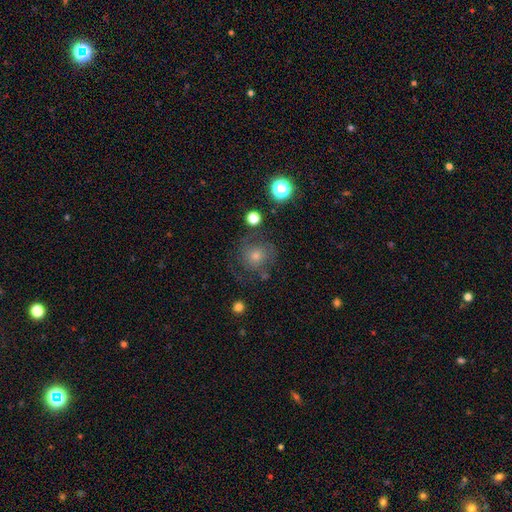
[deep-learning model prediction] Q: Smooth or featured?
A: smooth (43%); runner-up: featured or disk (37%)
Q: Merging?
A: none (71%); runner-up: minor disturbance (16%)